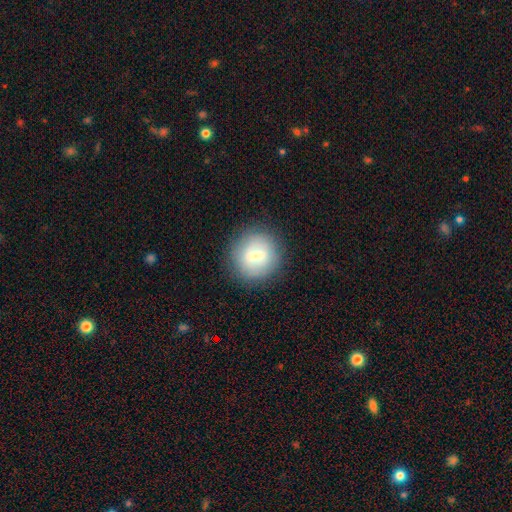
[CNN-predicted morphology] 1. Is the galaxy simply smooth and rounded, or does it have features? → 56% smooth, 35% featured or disk, 9% star or artifact.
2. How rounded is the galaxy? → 89% round, 10% in between, 1% cigar-shaped.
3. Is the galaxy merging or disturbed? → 84% none, 11% minor disturbance, 4% major disturbance, 1% merger.